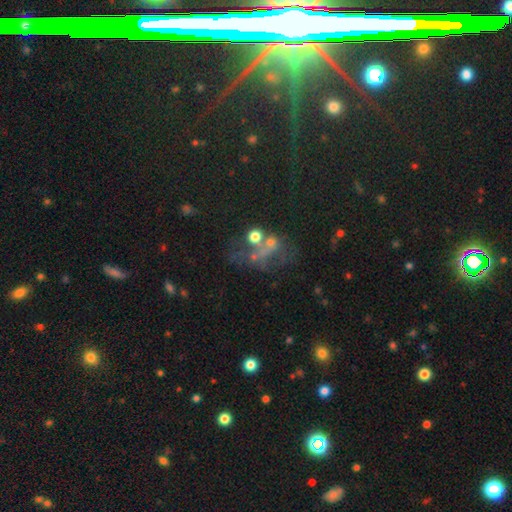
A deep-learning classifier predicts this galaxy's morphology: The model was most divided on "smooth or featured": star or artifact: 38%, smooth: 32%, featured or disk: 30%.